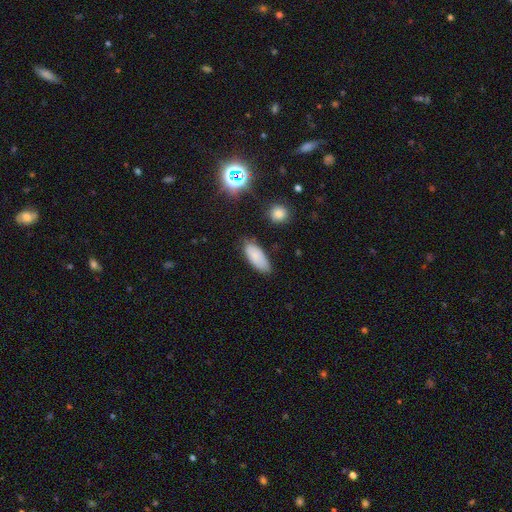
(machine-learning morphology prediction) Overall: smooth (81%). How rounded: in between (86%). Merging: none (71%).